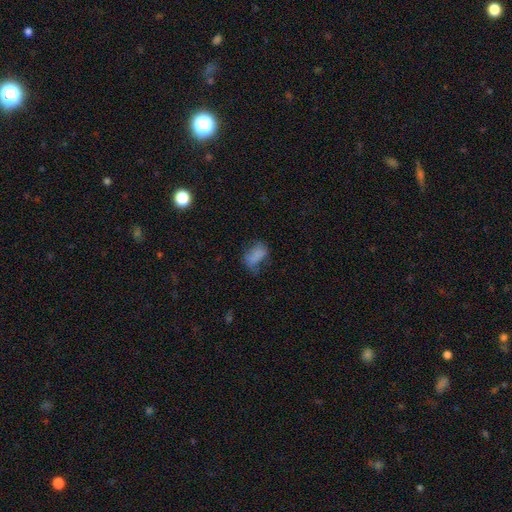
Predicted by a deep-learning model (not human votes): This appears to be a smooth galaxy with no disk features (69%) that is in between round and cigar-shaped (89%). Merging: none (36%).